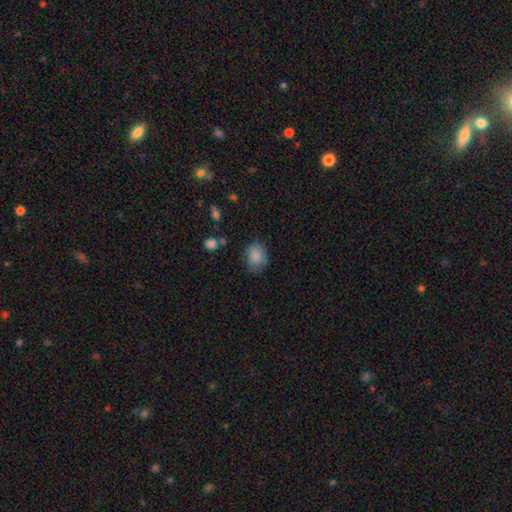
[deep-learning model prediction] Smooth or featured: smooth — 84% (star or artifact — 8%)
How rounded: in between — 53% (round — 46%)
Merging: none — 70% (minor disturbance — 22%)